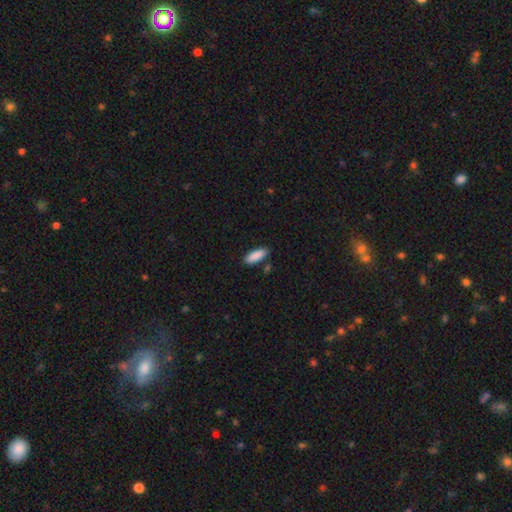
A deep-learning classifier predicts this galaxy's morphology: A smooth galaxy with no disk features (89%) that is in between round and cigar-shaped (66%). Merging: none (83%).